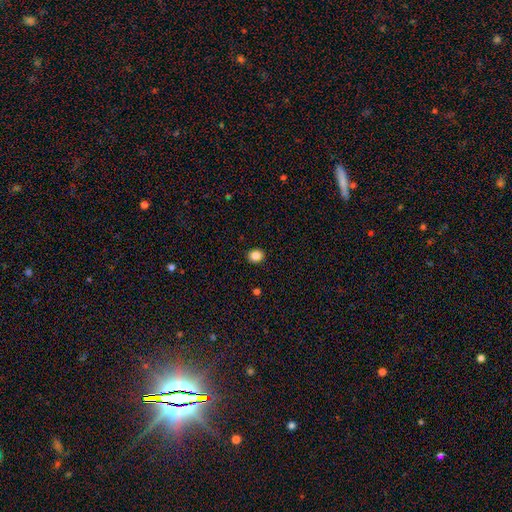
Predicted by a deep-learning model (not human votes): A smooth galaxy with no disk features (85%) that is round (79%).

Vote fractions:
- Smooth or featured? smooth: 85% / star or artifact: 11% / featured or disk: 4%
- How rounded? round: 79% / in between: 20% / cigar-shaped: 1%
- Merging? none: 92% / minor disturbance: 5% / major disturbance: 2% / merger: 1%